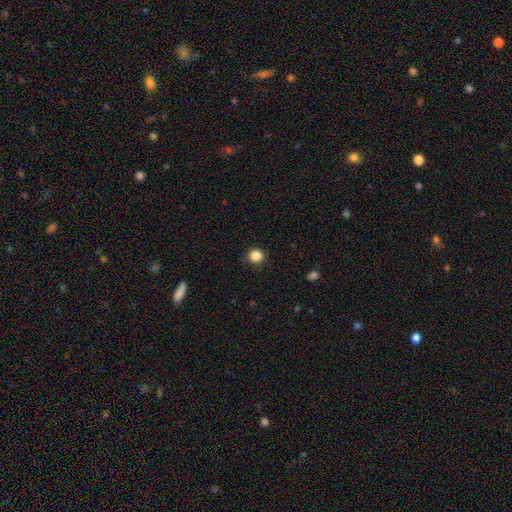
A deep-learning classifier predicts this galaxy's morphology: smooth_or_featured: smooth (p=0.87) [alt: star or artifact p=0.11]
how_rounded: round (p=0.91) [alt: in between p=0.08]
merging: none (p=0.90) [alt: minor disturbance p=0.07]